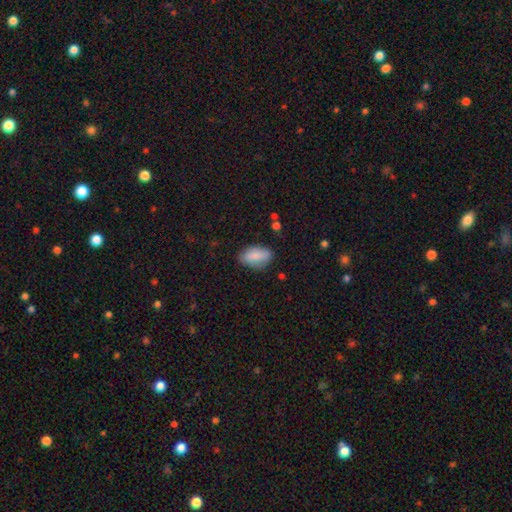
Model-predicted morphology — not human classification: Q: Smooth or featured?
A: smooth (81%); runner-up: featured or disk (13%)
Q: How rounded?
A: in between (92%); runner-up: round (6%)
Q: Merging?
A: none (73%); runner-up: minor disturbance (21%)